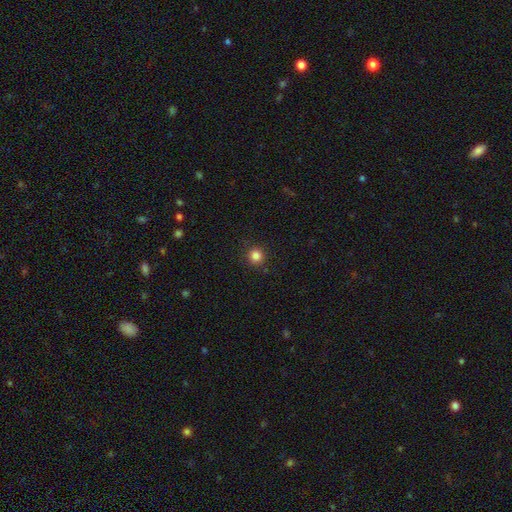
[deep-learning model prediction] Smooth or featured?
  - smooth: 84% *
  - star or artifact: 12%
  - featured or disk: 4%
How rounded?
  - round: 94% *
  - in between: 5%
  - cigar-shaped: 1%
Merging?
  - none: 90% *
  - minor disturbance: 6%
  - major disturbance: 2%
  - merger: 1%